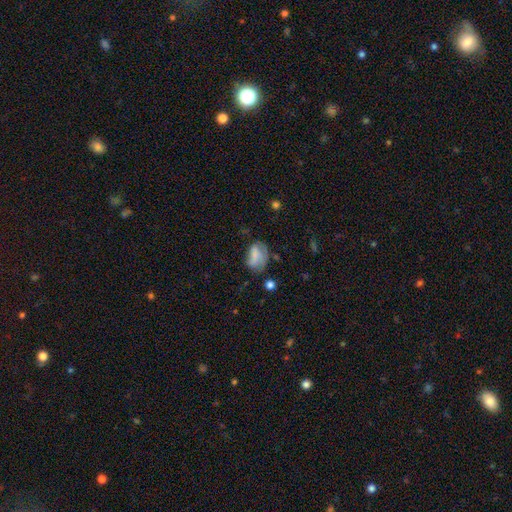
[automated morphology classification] type=smooth (70%); roundness=in between (80%); merging=none (40%).